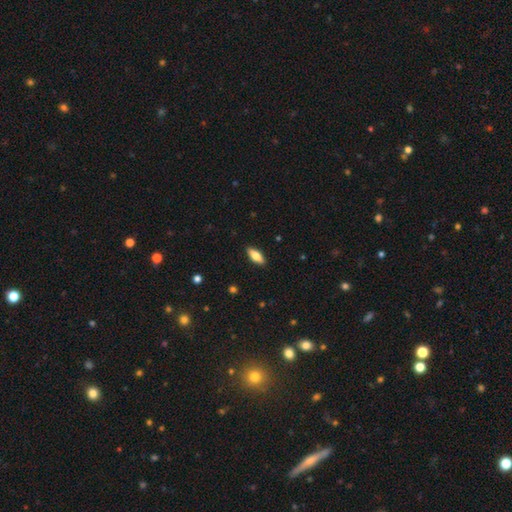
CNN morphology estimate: Smooth or featured? Predicted: smooth (p=0.70). How rounded? Predicted: in between (p=0.75). Merging? Predicted: none (p=0.89).